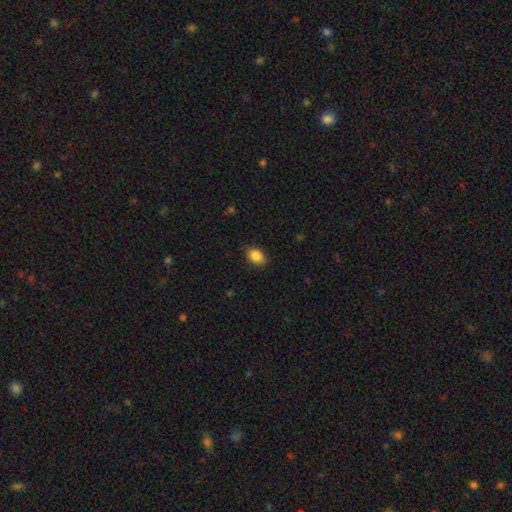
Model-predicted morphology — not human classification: Smooth or featured? Predicted: smooth (p=0.87). How rounded? Predicted: in between (p=0.82). Merging? Predicted: none (p=0.86).